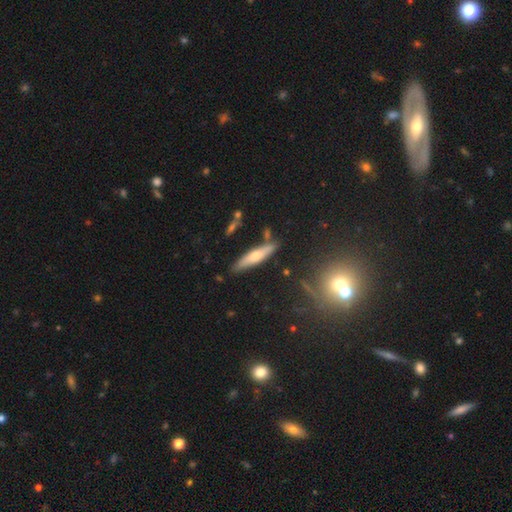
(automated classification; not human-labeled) Smooth or featured: smooth — 55% (featured or disk — 37%)
How rounded: cigar-shaped — 80% (in between — 18%)
Merging: none — 81% (minor disturbance — 12%)